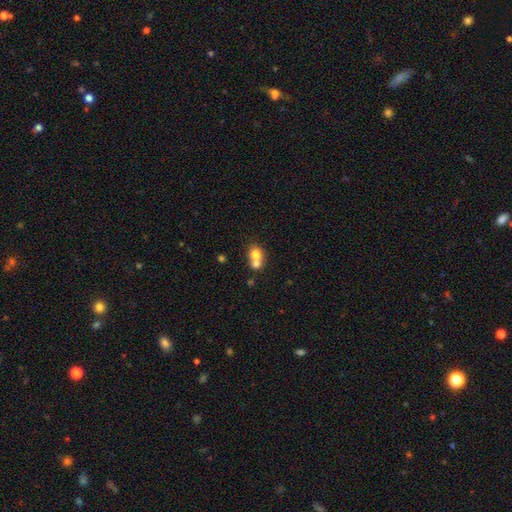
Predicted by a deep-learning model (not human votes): The model was most divided on "how rounded": round: 68%, in between: 31%, cigar-shaped: 1%. More confident: smooth or featured — smooth (73%); merging — merger (65%).